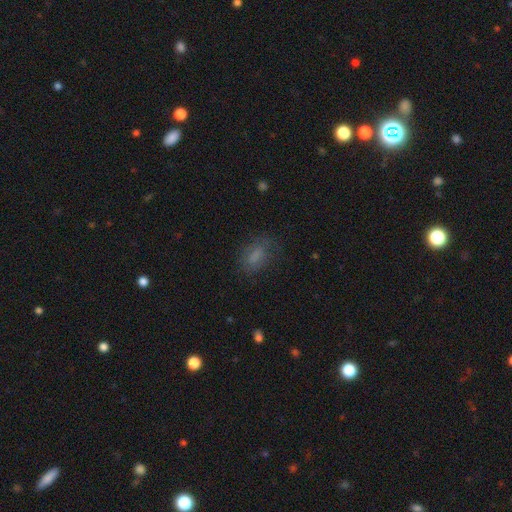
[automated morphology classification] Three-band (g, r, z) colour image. It shows a smooth galaxy with no disk features (72%) that is in between round and cigar-shaped (80%). Merging: none (68%).